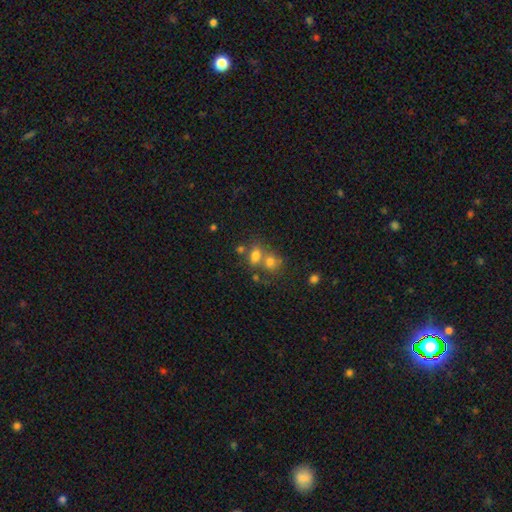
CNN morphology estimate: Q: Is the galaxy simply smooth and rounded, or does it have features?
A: smooth — 73%.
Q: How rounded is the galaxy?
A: in between — 67%.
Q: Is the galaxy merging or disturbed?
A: merger — 51%.